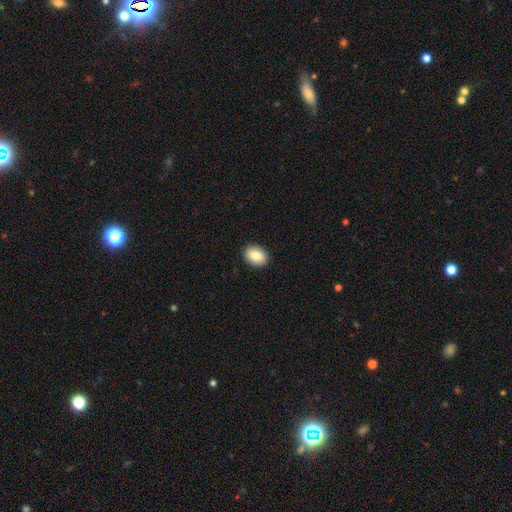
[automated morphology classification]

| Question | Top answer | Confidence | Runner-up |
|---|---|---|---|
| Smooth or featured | smooth | 82% | featured or disk (10%) |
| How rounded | in between | 70% | round (29%) |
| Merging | none | 91% | minor disturbance (7%) |